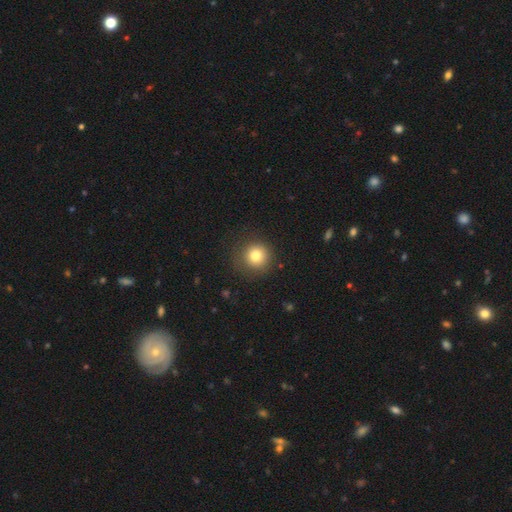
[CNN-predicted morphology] smooth 80%, star or artifact 12%, featured or disk 9%. Down the decision tree: how rounded — round (94%); merging — none (85%).